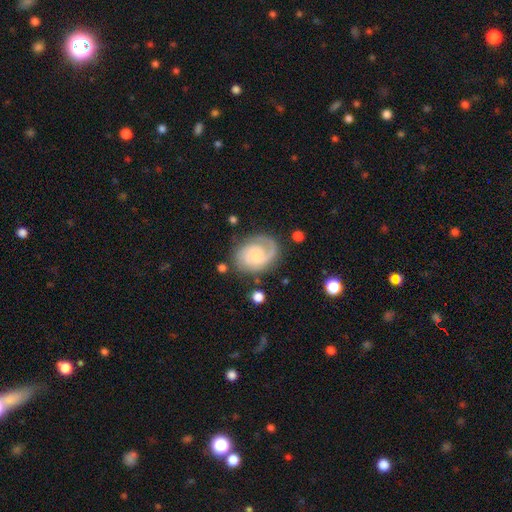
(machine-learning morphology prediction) Smooth or featured: featured or disk — 77% (smooth — 17%)
Edge-on disk: no — 98% (yes — 2%)
Bar: no — 60% (weak — 36%)
Spiral arms: yes — 95% (no — 5%)
Spiral winding: medium — 46% (tight — 36%)
Spiral arm count: 2 — 58% (1 — 27%)
Bulge size: moderate — 40% (small — 39%)
Merging: none — 70% (minor disturbance — 18%)